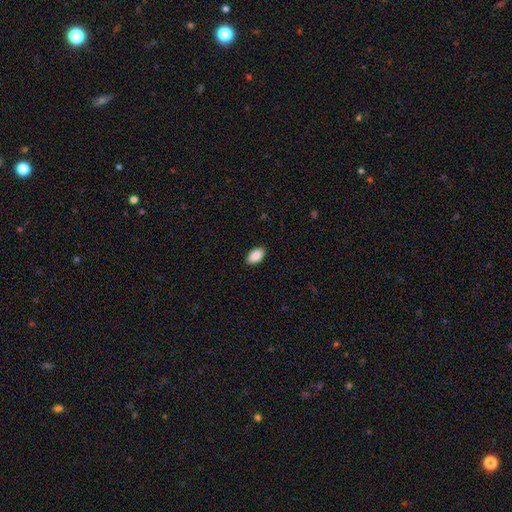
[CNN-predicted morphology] A smooth galaxy with no disk features (90%) that is in between round and cigar-shaped (95%). Merging: none (89%).